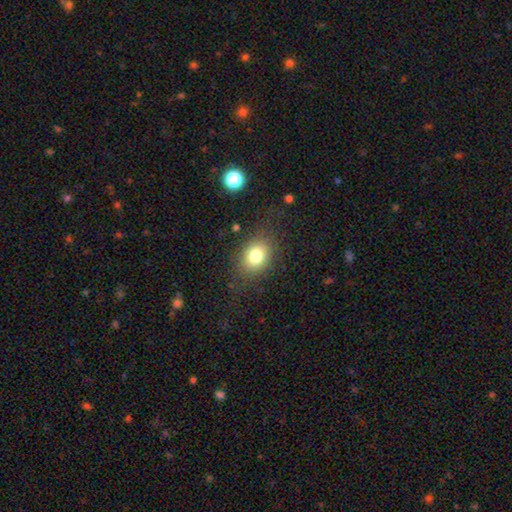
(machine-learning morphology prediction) smooth_or_featured: smooth (p=0.78) [alt: star or artifact p=0.11]
how_rounded: in between (p=0.56) [alt: round p=0.43]
merging: none (p=0.78) [alt: minor disturbance p=0.14]